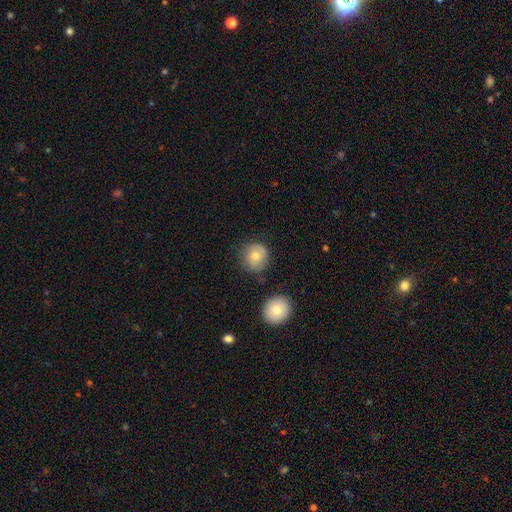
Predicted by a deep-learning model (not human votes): Smooth or featured? Predicted: smooth (p=0.69). How rounded? Predicted: round (p=0.89). Merging? Predicted: none (p=0.77).